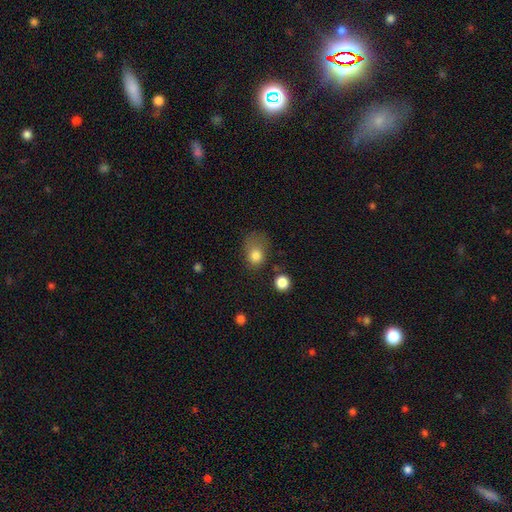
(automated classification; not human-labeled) A smooth galaxy with no disk features (79%) that is in between round and cigar-shaped (50%).

Vote fractions:
- Smooth or featured? smooth: 79% / star or artifact: 11% / featured or disk: 9%
- How rounded? in between: 50% / round: 49% / cigar-shaped: 1%
- Merging? none: 33% / minor disturbance: 32% / major disturbance: 30% / merger: 5%